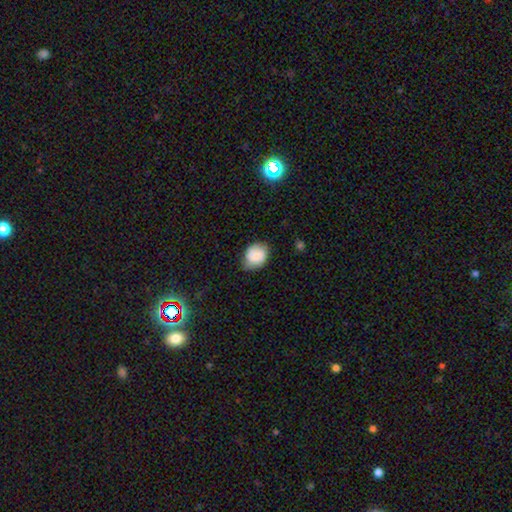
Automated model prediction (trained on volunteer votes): Smooth or featured: smooth — 81% (featured or disk — 11%)
How rounded: round — 58% (in between — 41%)
Merging: none — 62% (minor disturbance — 30%)